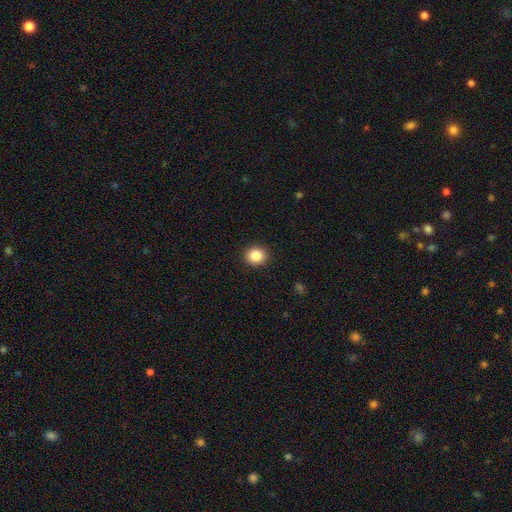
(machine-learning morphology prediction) A smooth galaxy with no disk features (86%) that is round (79%). Merging: none (91%).